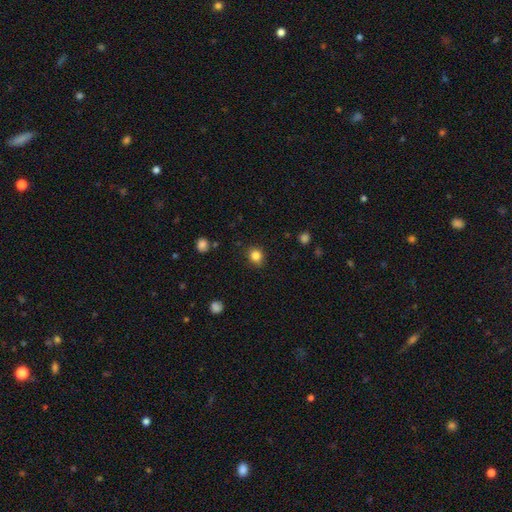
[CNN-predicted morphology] This is clearly a smooth galaxy (83%). How rounded: likely round (79%). Merging: clearly none (87%).